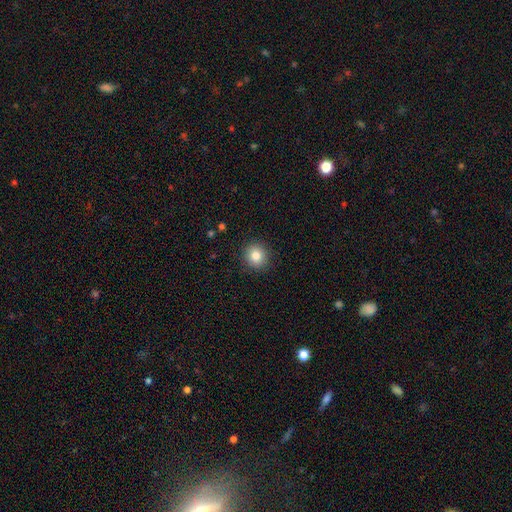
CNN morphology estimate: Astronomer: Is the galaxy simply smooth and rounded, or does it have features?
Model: smooth — 82%.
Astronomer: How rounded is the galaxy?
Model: round — 91%.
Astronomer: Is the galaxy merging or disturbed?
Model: none — 91%.